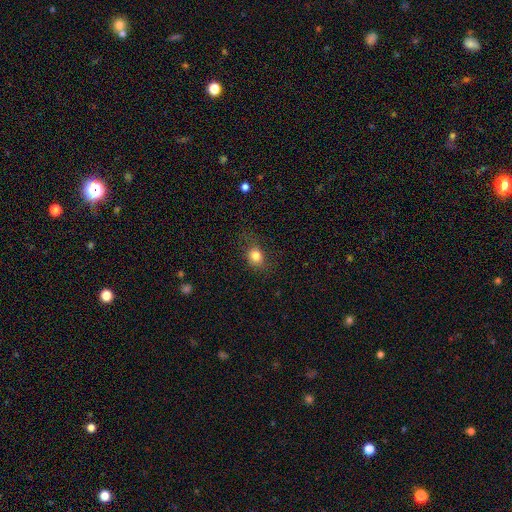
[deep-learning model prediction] Overall: smooth (81%). How rounded: round (60%; in between 39%). Merging: none (71%).